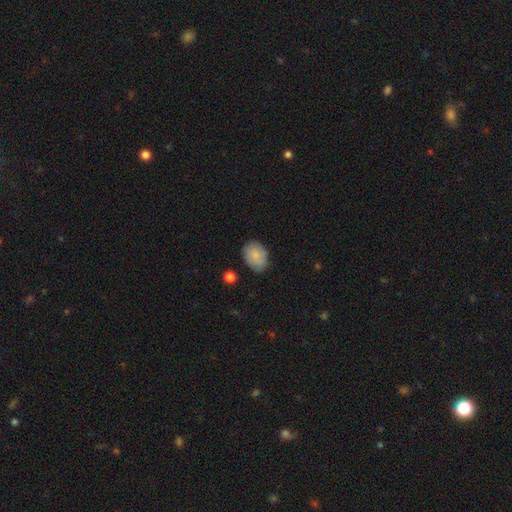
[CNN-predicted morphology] smooth 81%, featured or disk 12%, star or artifact 7%. Down the decision tree: how rounded — in between (75%); merging — none (75%).